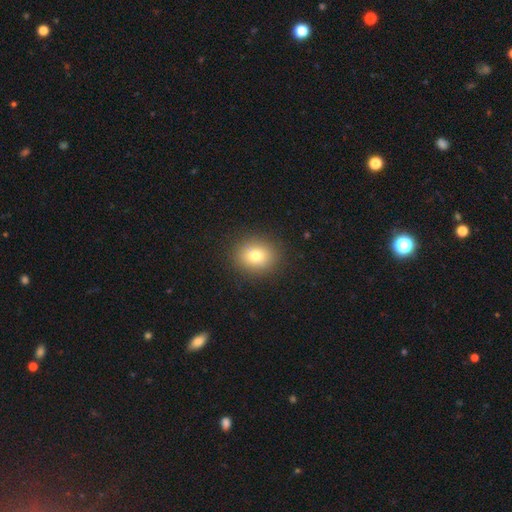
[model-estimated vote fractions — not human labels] Smooth or featured? smooth (77%)
How rounded? round (70%)
Merging? none (90%)